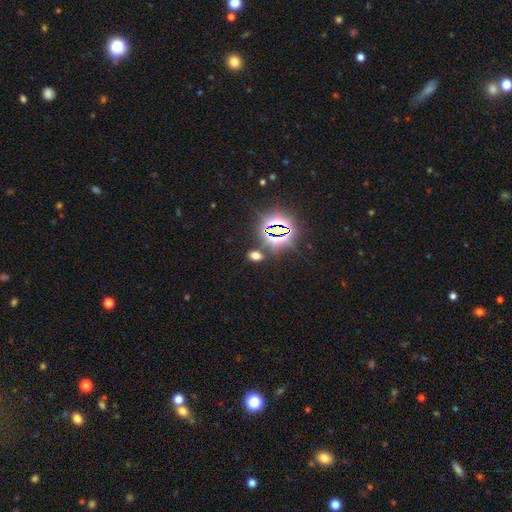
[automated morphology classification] A smooth galaxy with no disk features (52%) that is in between round and cigar-shaped (82%).

Vote fractions:
- Smooth or featured? smooth: 52% / star or artifact: 41% / featured or disk: 7%
- How rounded? in between: 82% / round: 15% / cigar-shaped: 3%
- Merging? none: 79% / minor disturbance: 9% / merger: 8% / major disturbance: 4%